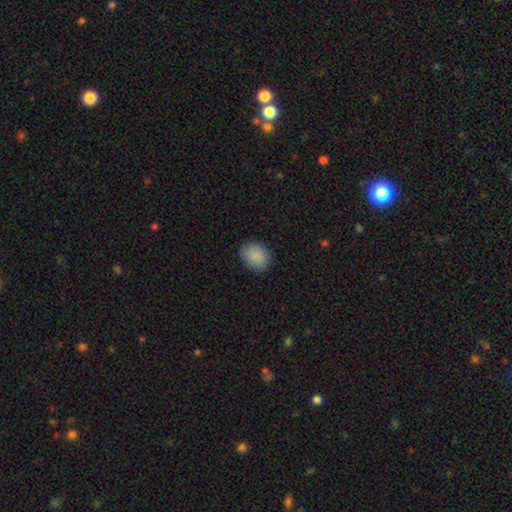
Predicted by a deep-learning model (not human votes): Smooth or featured?
  - smooth: 88% *
  - star or artifact: 7%
  - featured or disk: 5%
How rounded?
  - round: 56% *
  - in between: 43%
  - cigar-shaped: 1%
Merging?
  - none: 87% *
  - minor disturbance: 10%
  - major disturbance: 2%
  - merger: 1%